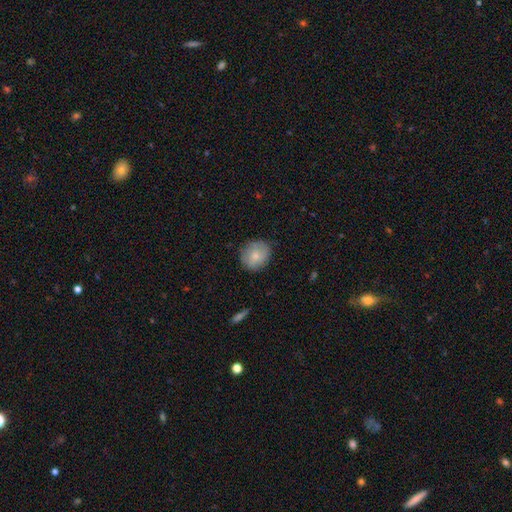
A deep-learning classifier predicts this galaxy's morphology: Smooth or featured? smooth (72%)
How rounded? round (79%)
Merging? none (81%)